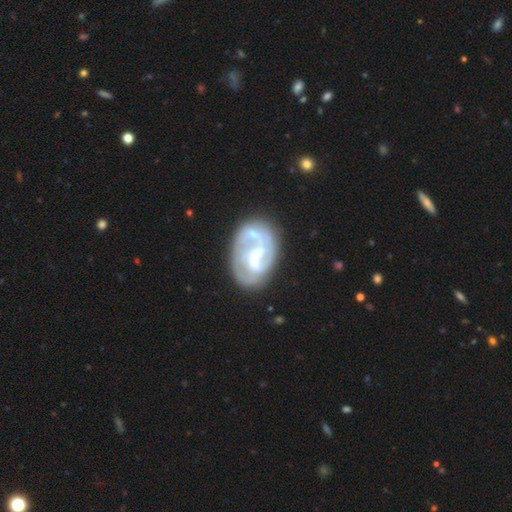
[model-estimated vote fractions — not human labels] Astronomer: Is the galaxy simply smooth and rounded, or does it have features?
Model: featured or disk — 75%.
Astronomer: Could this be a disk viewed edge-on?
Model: no — 97%.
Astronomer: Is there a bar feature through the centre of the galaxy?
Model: weak — 45% (runner-up: strong, 34%).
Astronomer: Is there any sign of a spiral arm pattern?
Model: yes — 74%.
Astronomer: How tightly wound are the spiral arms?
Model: medium — 40% (runner-up: tight, 35%).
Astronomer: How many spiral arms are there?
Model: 2 — 53%.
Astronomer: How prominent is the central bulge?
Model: moderate — 38% (runner-up: small, 28%).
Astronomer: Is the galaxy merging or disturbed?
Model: none — 52%.